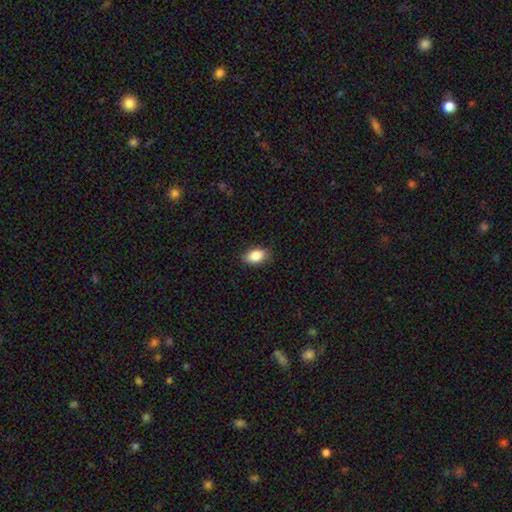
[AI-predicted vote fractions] smooth 86%, star or artifact 8%, featured or disk 7%. Down the decision tree: how rounded — in between (88%); merging — none (87%).